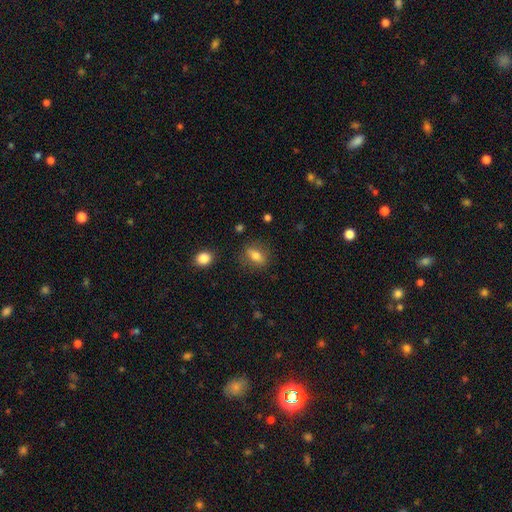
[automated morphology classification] This is likely a smooth galaxy (75%). How rounded: likely in between (69%). Merging: clearly none (82%).